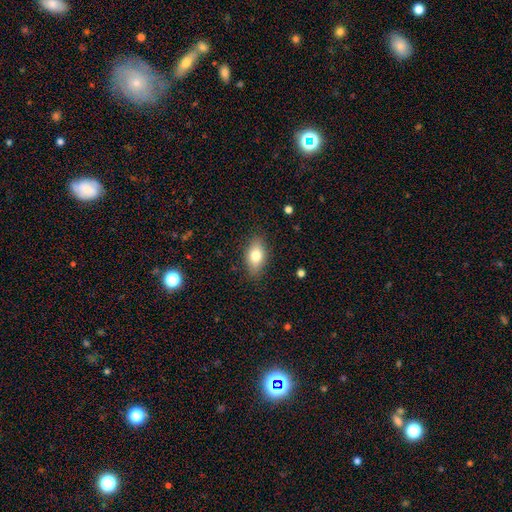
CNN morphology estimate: A smooth galaxy with no disk features (77%) that is in between round and cigar-shaped (87%).

Vote fractions:
- Smooth or featured? smooth: 77% / featured or disk: 15% / star or artifact: 8%
- How rounded? in between: 87% / round: 8% / cigar-shaped: 5%
- Merging? none: 85% / minor disturbance: 12% / major disturbance: 3% / merger: 1%